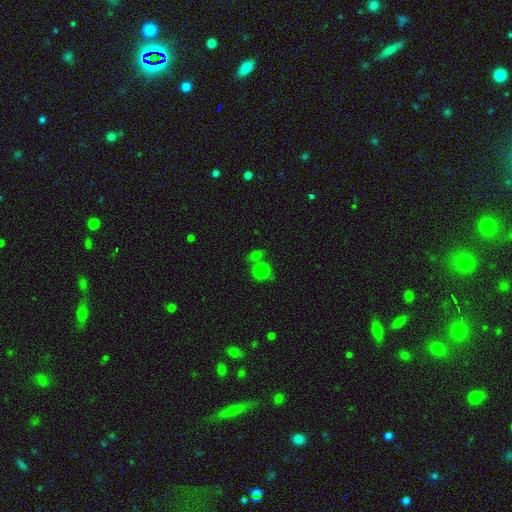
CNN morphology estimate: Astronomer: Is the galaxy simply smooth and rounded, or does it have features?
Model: smooth — 78%.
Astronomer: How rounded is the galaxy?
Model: round — 80%.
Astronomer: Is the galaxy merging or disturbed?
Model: none — 64%.